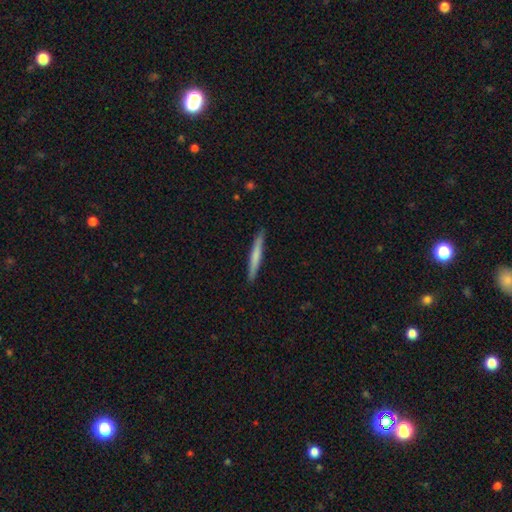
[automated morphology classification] This appears to be a smooth galaxy with no disk features (65%) that is cigar-shaped (96%). Merging: none (90%).